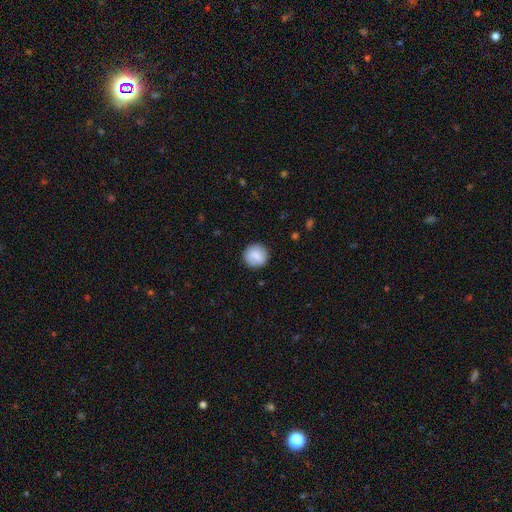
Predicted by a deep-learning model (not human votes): smooth 84%, featured or disk 10%, star or artifact 7%. Down the decision tree: how rounded — round (94%); merging — none (89%).